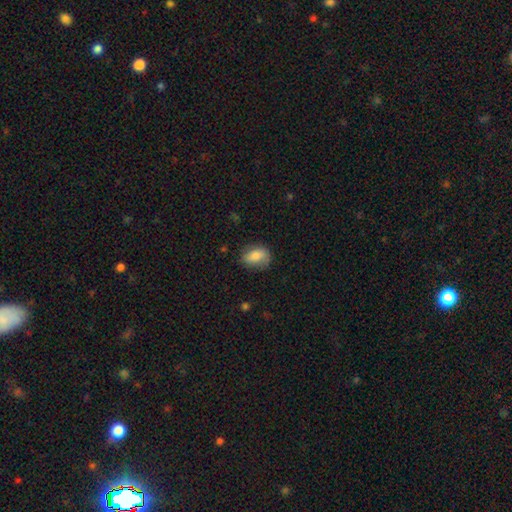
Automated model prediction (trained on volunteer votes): Q: Smooth or featured?
A: smooth (75%); runner-up: featured or disk (18%)
Q: How rounded?
A: in between (73%); runner-up: round (25%)
Q: Merging?
A: none (71%); runner-up: minor disturbance (22%)